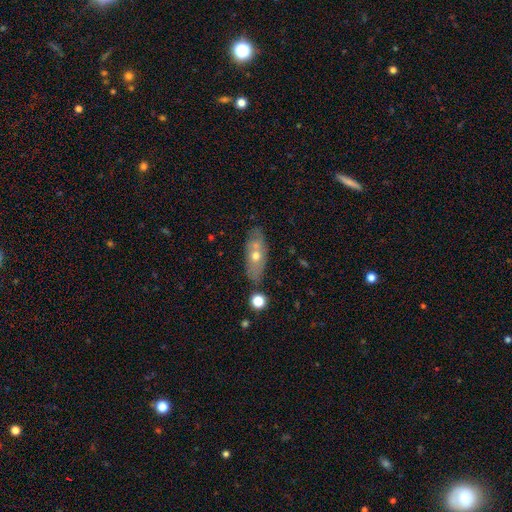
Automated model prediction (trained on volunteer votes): Smooth or featured? Predicted: smooth (p=0.50). Merging? Predicted: none (p=0.66).